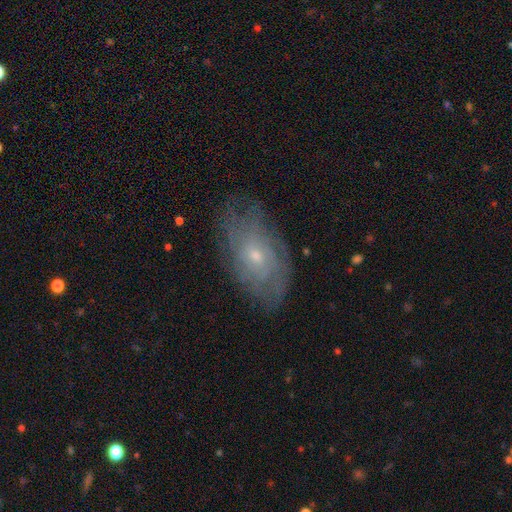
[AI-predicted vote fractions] A featured or disk galaxy (65%) with no bar (78%), spiral arms (74%) and a small central bulge (68%). Merging: none (72%).